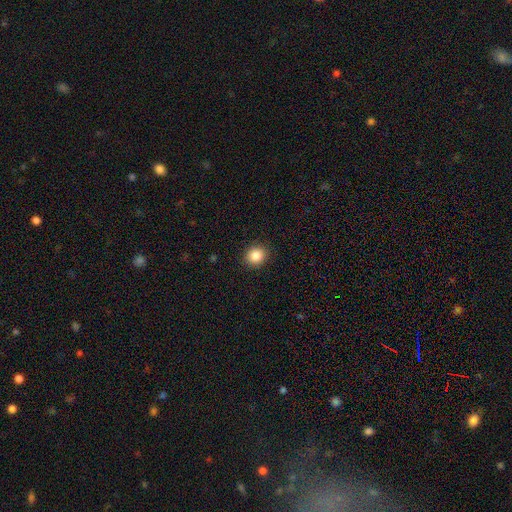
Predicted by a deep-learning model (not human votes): This appears to be a smooth galaxy with no disk features (86%) that is round (78%). Merging: none (91%).